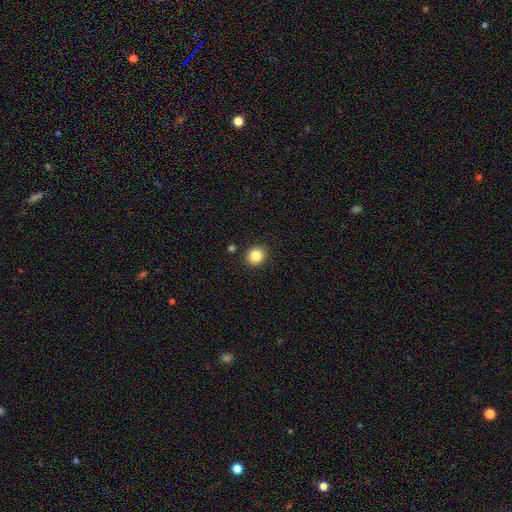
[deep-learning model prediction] The model was most divided on "how rounded": round: 76%, in between: 23%, cigar-shaped: 1%. More confident: merging — none (90%); smooth or featured — smooth (84%).